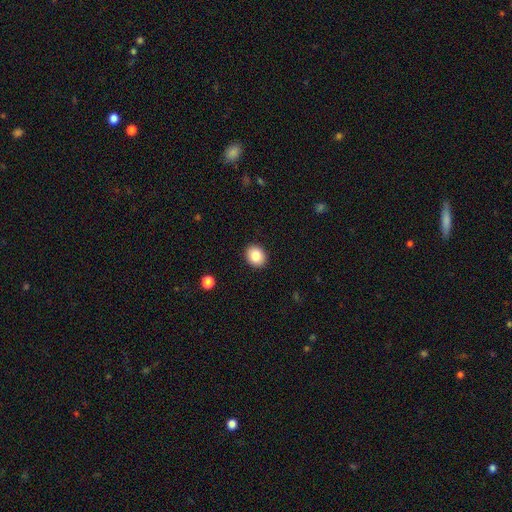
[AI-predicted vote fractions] smooth-or-featured: smooth: 85% | star or artifact: 9% | featured or disk: 7%
  how-rounded: round: 61% | in between: 38% | cigar-shaped: 1%
  merging: none: 91% | minor disturbance: 6% | major disturbance: 2% | merger: 1%